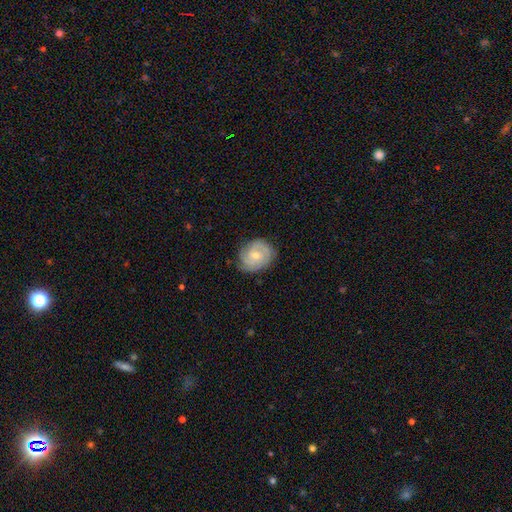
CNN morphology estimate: This appears to be a featured or disk galaxy (78%) with no bar (61%), 3 (28%) tight (70%) spiral arms (95%) and a small central bulge (56%). Merging: none (77%).